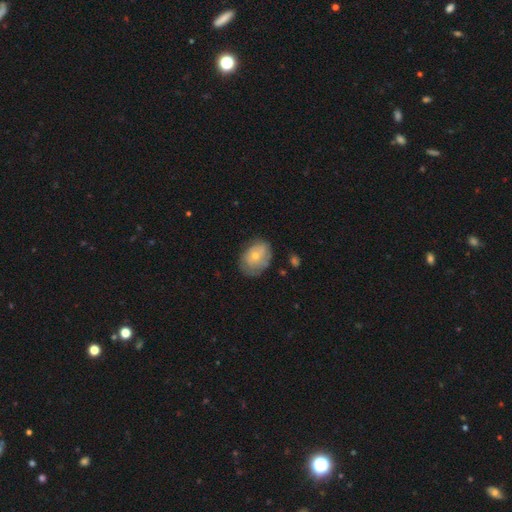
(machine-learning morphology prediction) Smooth or featured? smooth (61%)
How rounded? in between (68%)
Merging? none (63%)